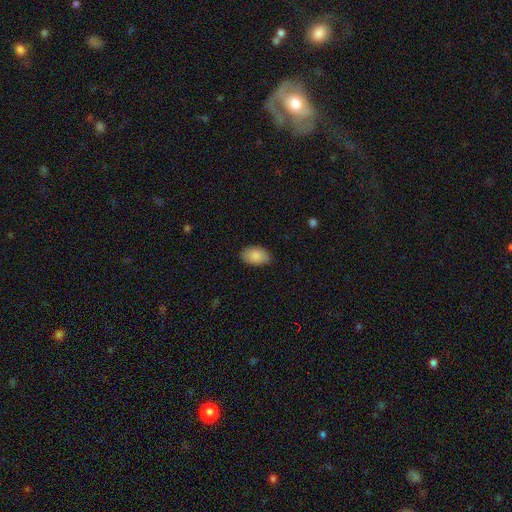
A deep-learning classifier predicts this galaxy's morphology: Smooth or featured?
  - smooth: 87% *
  - star or artifact: 7%
  - featured or disk: 7%
How rounded?
  - in between: 91% *
  - round: 8%
  - cigar-shaped: 1%
Merging?
  - none: 83% *
  - minor disturbance: 14%
  - major disturbance: 2%
  - merger: 1%